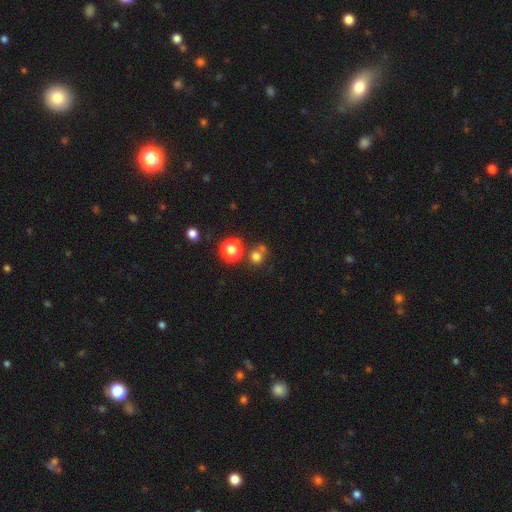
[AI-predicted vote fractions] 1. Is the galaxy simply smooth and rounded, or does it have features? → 60% smooth, 32% star or artifact, 8% featured or disk.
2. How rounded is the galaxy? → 89% round, 10% in between, 1% cigar-shaped.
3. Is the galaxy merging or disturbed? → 69% none, 19% merger, 8% minor disturbance, 4% major disturbance.